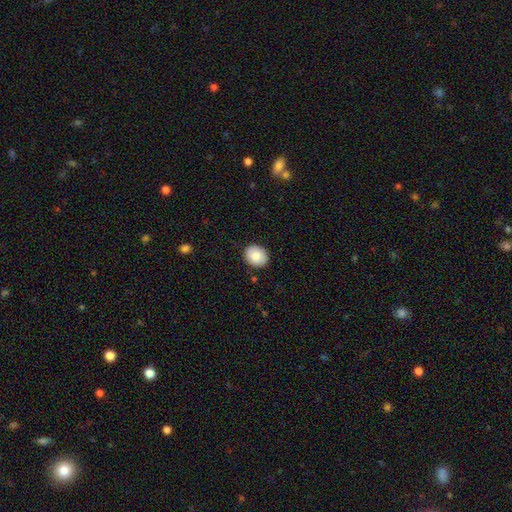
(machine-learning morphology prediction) The model was most divided on "how rounded": round: 55%, in between: 44%, cigar-shaped: 1%. More confident: merging — none (88%); smooth or featured — smooth (79%).